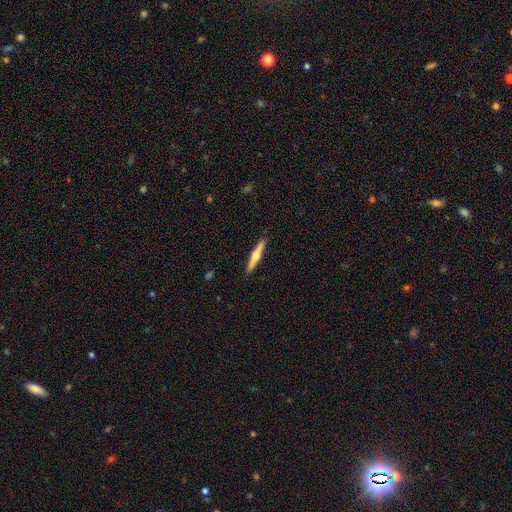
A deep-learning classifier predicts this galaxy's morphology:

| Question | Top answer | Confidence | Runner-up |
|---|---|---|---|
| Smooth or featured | featured or disk | 59% | smooth (36%) |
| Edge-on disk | yes | 97% | no (3%) |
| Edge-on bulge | rounded | 90% | none (6%) |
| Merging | none | 91% | minor disturbance (7%) |